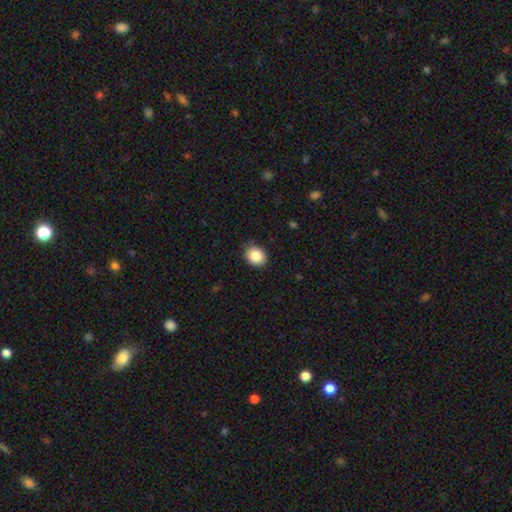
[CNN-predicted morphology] The model was most divided on "how rounded": round: 62%, in between: 37%, cigar-shaped: 1%. More confident: merging — none (87%); smooth or featured — smooth (86%).